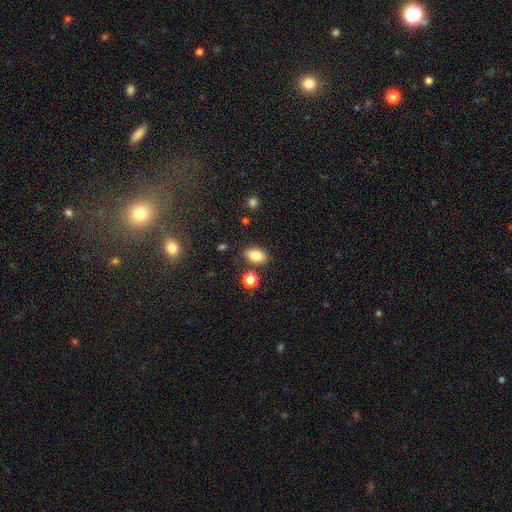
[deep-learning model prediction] This is clearly a smooth galaxy (82%). How rounded: clearly in between (85%). Merging: clearly none (81%).